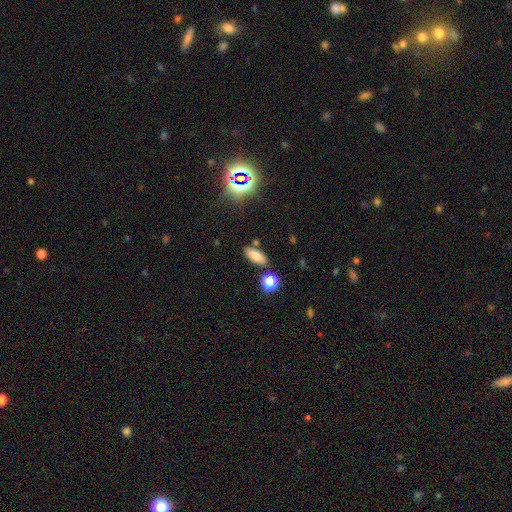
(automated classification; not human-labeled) Smooth or featured? Predicted: smooth (p=0.78). How rounded? Predicted: in between (p=0.79). Merging? Predicted: none (p=0.79).